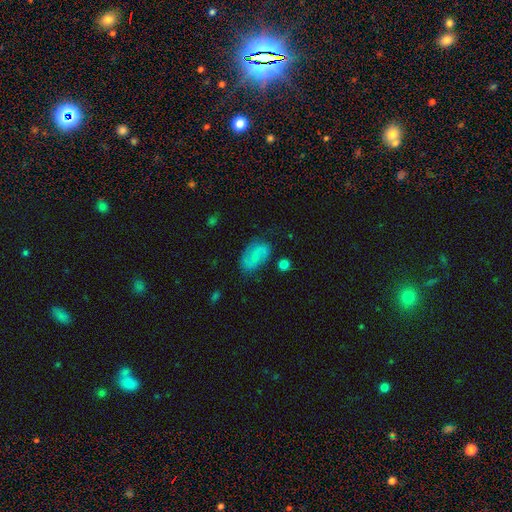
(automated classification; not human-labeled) Overall: featured or disk (46%; smooth 45%). Merging: none (69%).